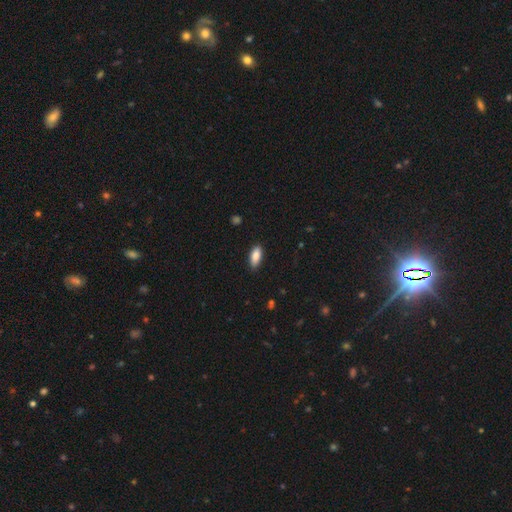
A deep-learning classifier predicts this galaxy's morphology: This appears to be a smooth galaxy with no disk features (85%) that is in between round and cigar-shaped (82%). Merging: none (86%).